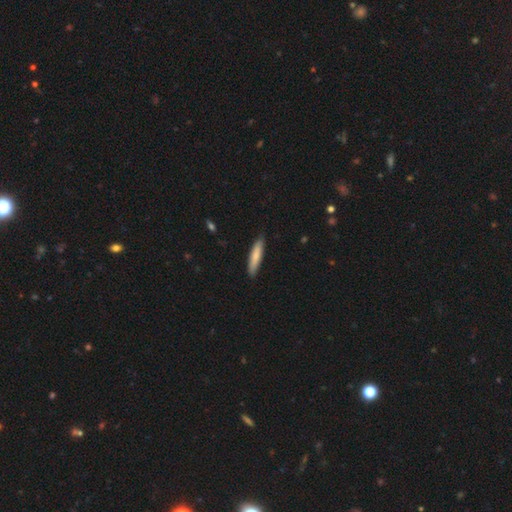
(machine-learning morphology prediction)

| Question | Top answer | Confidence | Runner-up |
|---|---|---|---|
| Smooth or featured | smooth | 78% | featured or disk (17%) |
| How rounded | cigar-shaped | 84% | in between (15%) |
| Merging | none | 87% | minor disturbance (11%) |